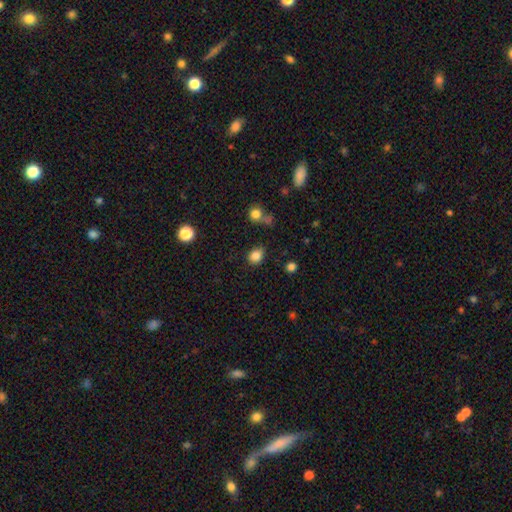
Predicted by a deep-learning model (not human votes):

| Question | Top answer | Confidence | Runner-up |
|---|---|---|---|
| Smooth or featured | smooth | 84% | star or artifact (11%) |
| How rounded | in between | 50% | round (49%) |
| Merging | none | 74% | minor disturbance (18%) |